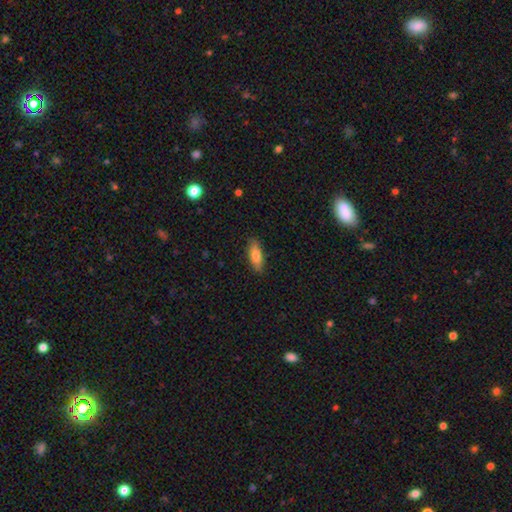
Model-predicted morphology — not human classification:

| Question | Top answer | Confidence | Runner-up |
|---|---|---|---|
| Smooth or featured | smooth | 81% | featured or disk (13%) |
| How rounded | in between | 58% | cigar-shaped (40%) |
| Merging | none | 86% | minor disturbance (11%) |